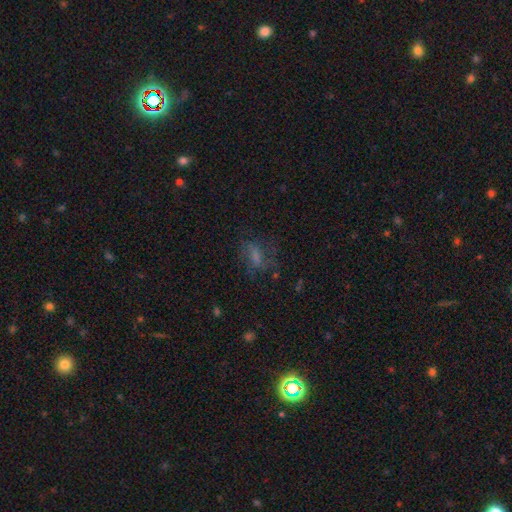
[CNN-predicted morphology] The model was most divided on "smooth or featured": smooth: 53%, featured or disk: 28%, star or artifact: 19%. More confident: how rounded — in between (69%); merging — none (55%).